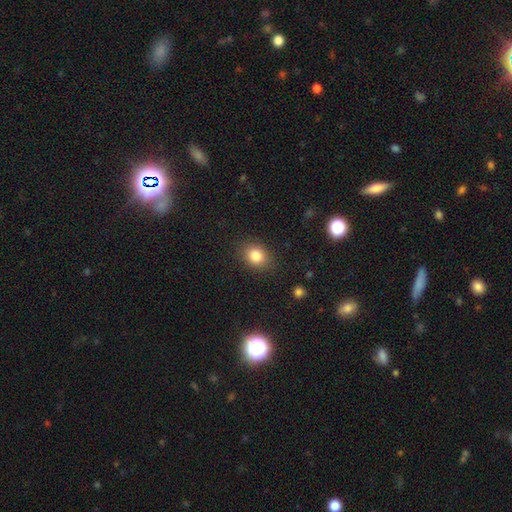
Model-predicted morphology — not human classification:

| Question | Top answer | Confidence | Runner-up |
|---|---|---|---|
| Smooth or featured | smooth | 82% | star or artifact (11%) |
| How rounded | in between | 52% | round (47%) |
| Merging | none | 86% | minor disturbance (10%) |